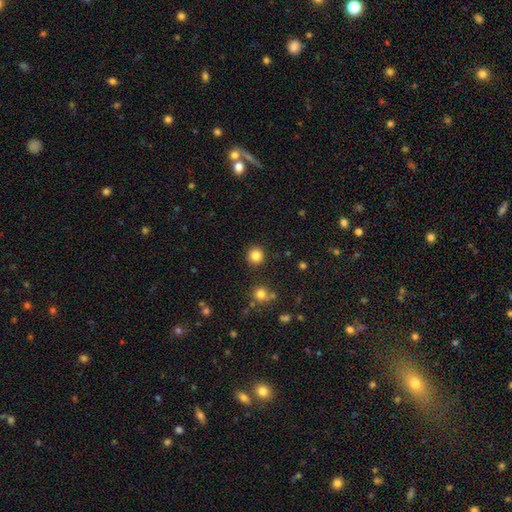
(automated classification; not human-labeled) Morphology: type=smooth (84%); roundness=round (94%); merging=none (90%).